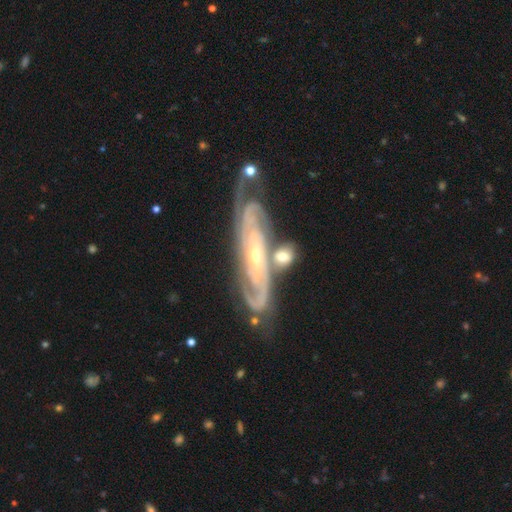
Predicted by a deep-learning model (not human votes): featured or disk 89%, smooth 6%, star or artifact 5%. Down the decision tree: edge-on disk — no (85%); bar — no (52%); spiral arms — yes (97%); spiral arm count — 2 (44%); spiral winding — tight (67%); bulge size — small (70%); merging — none (67%).